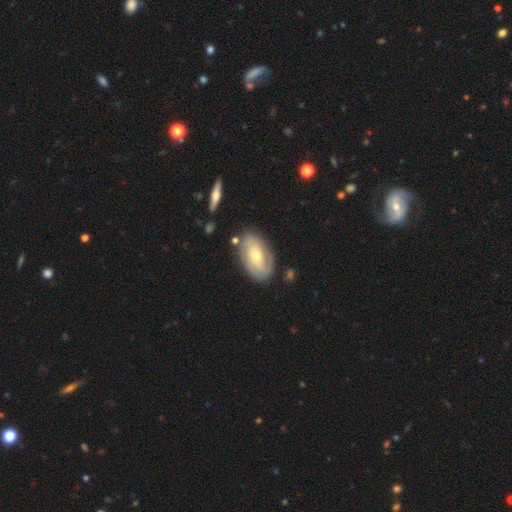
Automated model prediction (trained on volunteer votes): A featured or disk galaxy (64%) with no bar (60%), spiral arms (80%) and a moderate central bulge (55%).

Vote fractions:
- Smooth or featured? featured or disk: 64% / smooth: 30% / star or artifact: 6%
- Edge-on disk? no: 93% / yes: 7%
- Bar? no: 60% / weak: 31% / strong: 9%
- Spiral arms? yes: 80% / no: 20%
- Bulge size? moderate: 55% / small: 40% / large: 3% / none: 1% / dominant: 1%
- Merging? none: 75% / minor disturbance: 16% / major disturbance: 5% / merger: 4%